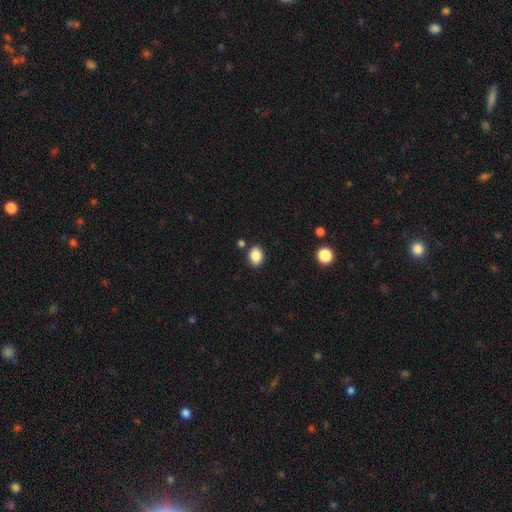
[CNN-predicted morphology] This is clearly a smooth galaxy (87%). How rounded: likely in between (70%). Merging: clearly none (84%).